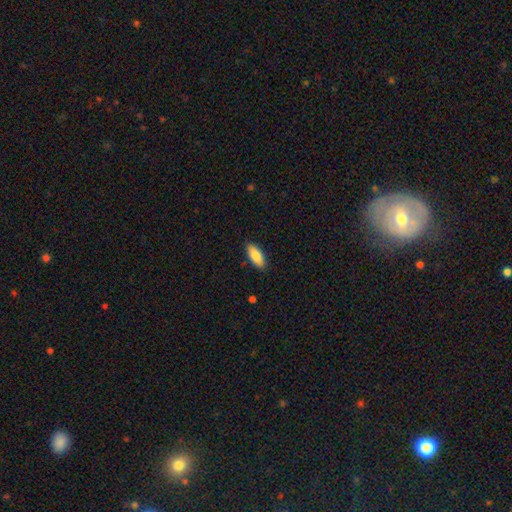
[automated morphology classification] A smooth galaxy with no disk features (85%) that is in between round and cigar-shaped (81%).

Vote fractions:
- Smooth or featured? smooth: 85% / featured or disk: 9% / star or artifact: 6%
- How rounded? in between: 81% / cigar-shaped: 17% / round: 2%
- Merging? none: 86% / minor disturbance: 11% / major disturbance: 2% / merger: 1%